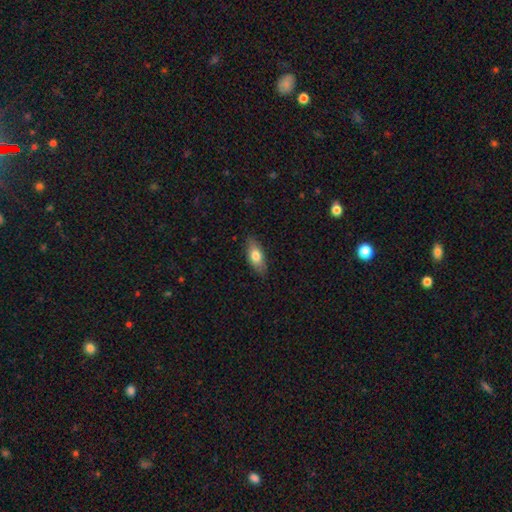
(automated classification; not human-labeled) Smooth or featured? Predicted: smooth (p=0.73). How rounded? Predicted: in between (p=0.80). Merging? Predicted: none (p=0.84).